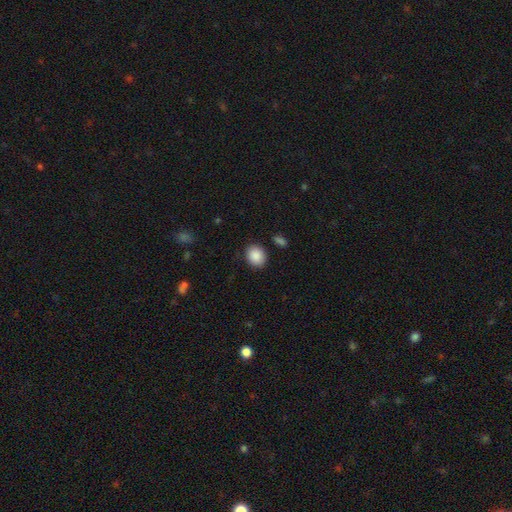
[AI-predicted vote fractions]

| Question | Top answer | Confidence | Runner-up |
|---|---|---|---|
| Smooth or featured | smooth | 89% | star or artifact (8%) |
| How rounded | round | 58% | in between (41%) |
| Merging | none | 86% | minor disturbance (10%) |